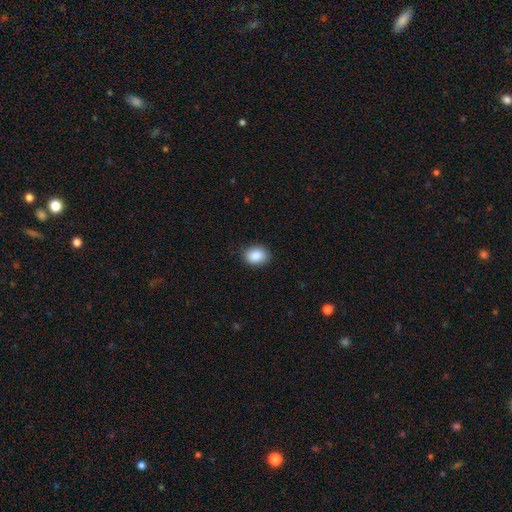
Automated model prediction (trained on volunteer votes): This is clearly a smooth galaxy (88%). How rounded: likely in between (63%). Merging: clearly none (86%).